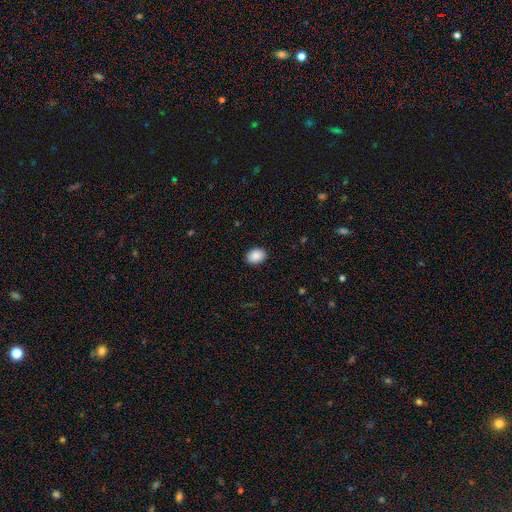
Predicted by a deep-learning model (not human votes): Q: Smooth or featured?
A: smooth (89%); runner-up: star or artifact (7%)
Q: How rounded?
A: in between (73%); runner-up: round (26%)
Q: Merging?
A: none (90%); runner-up: minor disturbance (7%)